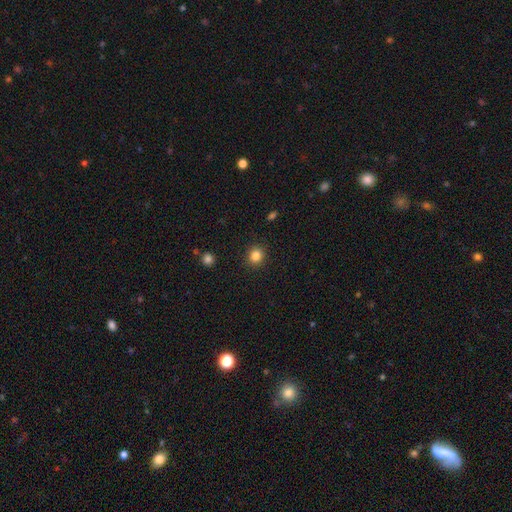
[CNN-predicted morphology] A smooth galaxy with no disk features (84%) that is round (87%).

Vote fractions:
- Smooth or featured? smooth: 84% / star or artifact: 11% / featured or disk: 5%
- How rounded? round: 87% / in between: 12% / cigar-shaped: 1%
- Merging? none: 91% / minor disturbance: 6% / major disturbance: 2% / merger: 1%